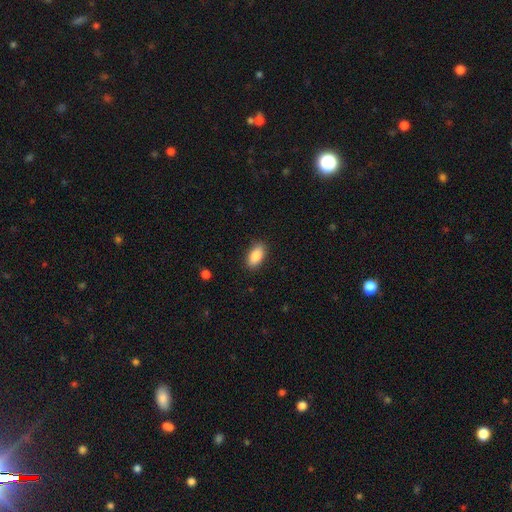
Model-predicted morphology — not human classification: smooth 88%, star or artifact 7%, featured or disk 5%. Down the decision tree: how rounded — in between (92%); merging — none (88%).